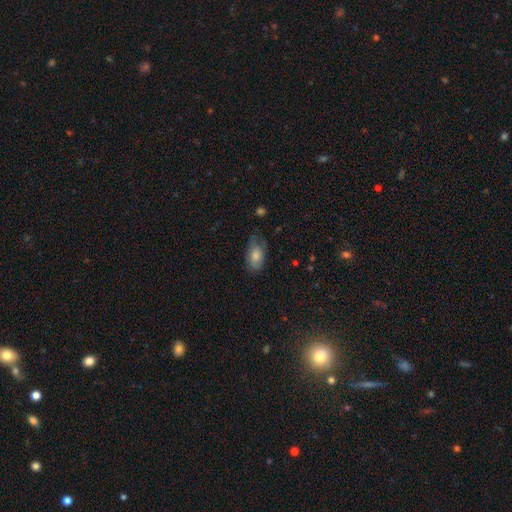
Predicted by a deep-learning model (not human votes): Smooth or featured? smooth (71%)
How rounded? in between (92%)
Merging? none (61%)